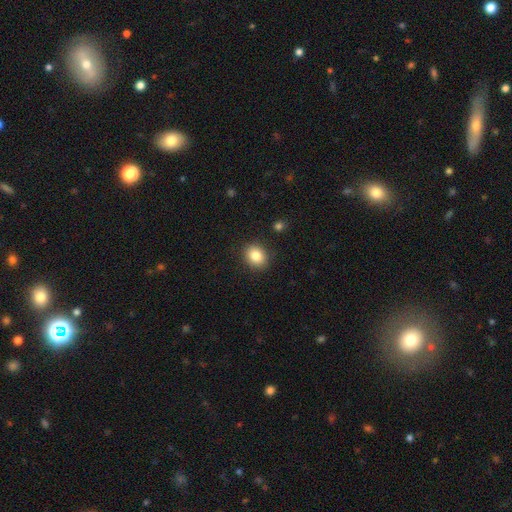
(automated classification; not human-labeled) Morphology: type=smooth (85%); roundness=round (55%); merging=none (88%).